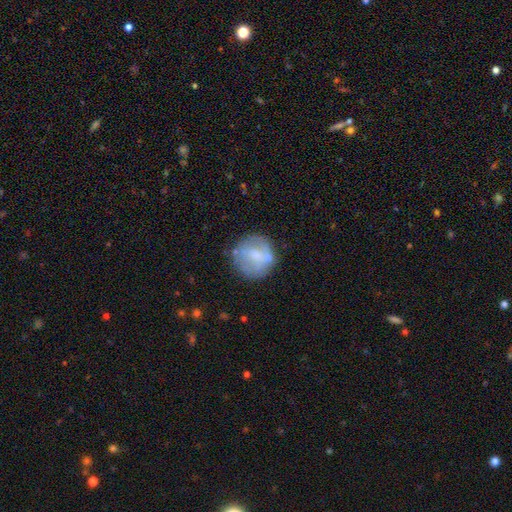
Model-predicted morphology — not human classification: smooth-or-featured: smooth: 49% | featured or disk: 43% | star or artifact: 8%
  merging: none: 67% | minor disturbance: 18% | major disturbance: 8% | merger: 7%